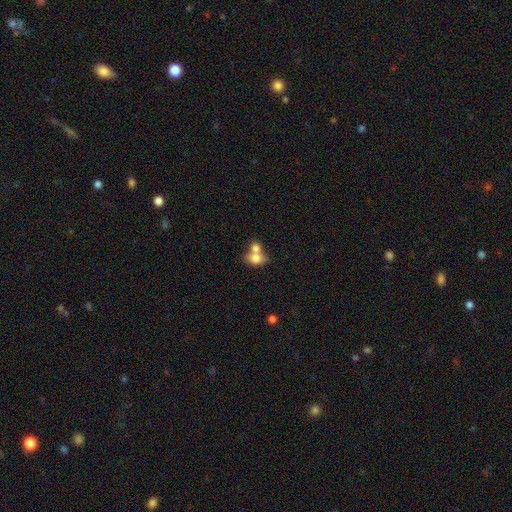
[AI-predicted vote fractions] A smooth galaxy with no disk features (76%) that is in between round and cigar-shaped (54%). Merging: merger (64%).